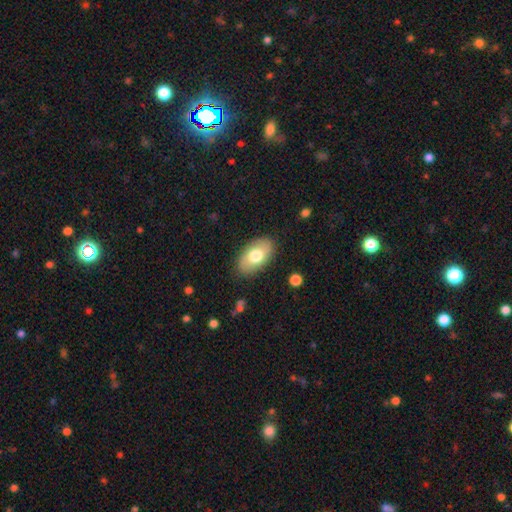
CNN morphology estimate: Q: Smooth or featured?
A: smooth (71%); runner-up: featured or disk (22%)
Q: How rounded?
A: in between (93%); runner-up: round (5%)
Q: Merging?
A: none (86%); runner-up: minor disturbance (11%)